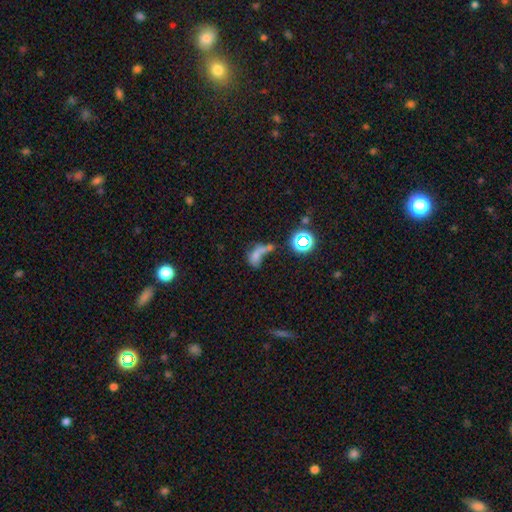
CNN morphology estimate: Smooth or featured? smooth (55%)
How rounded? in between (73%)
Merging? merger (46%)